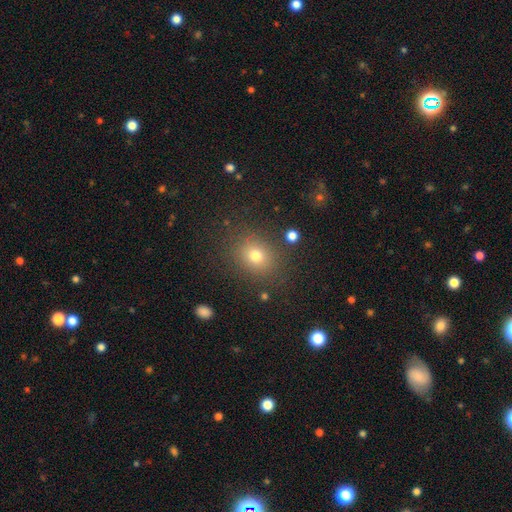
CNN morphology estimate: Smooth or featured: smooth — 75% (star or artifact — 16%)
How rounded: round — 63% (in between — 36%)
Merging: none — 84% (minor disturbance — 10%)